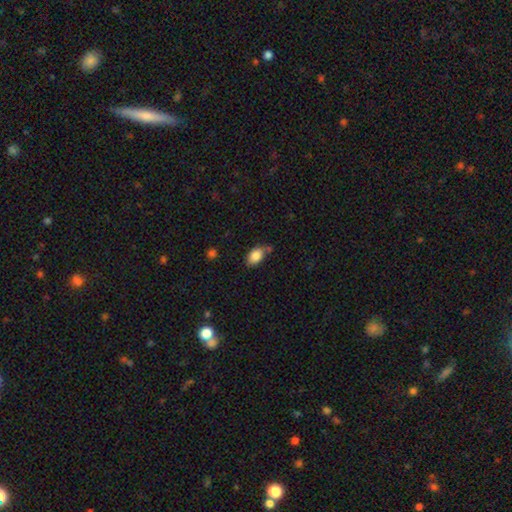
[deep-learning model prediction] The model was most divided on "merging": none: 62%, minor disturbance: 24%, merger: 9%, major disturbance: 5%. More confident: how rounded — in between (88%); smooth or featured — smooth (84%).